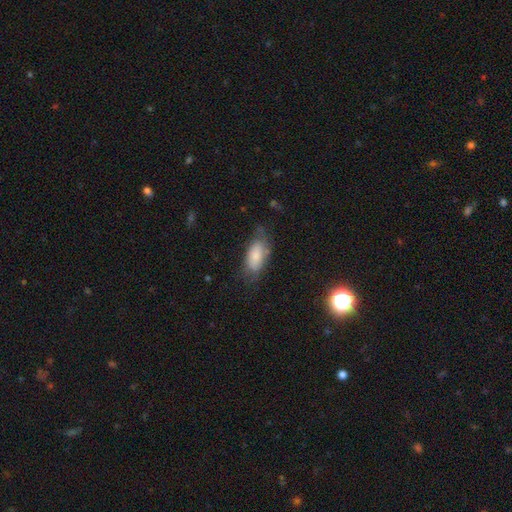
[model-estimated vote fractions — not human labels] Smooth or featured?
  - smooth: 75% *
  - featured or disk: 18%
  - star or artifact: 7%
How rounded?
  - in between: 88% *
  - cigar-shaped: 9%
  - round: 3%
Merging?
  - none: 57% *
  - minor disturbance: 29%
  - major disturbance: 12%
  - merger: 2%